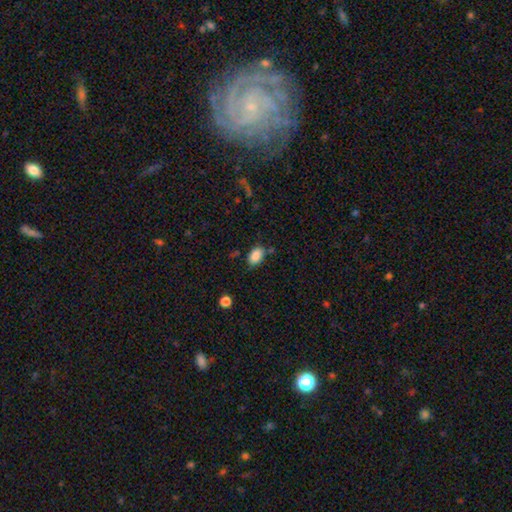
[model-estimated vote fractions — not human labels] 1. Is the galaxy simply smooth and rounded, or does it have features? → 87% smooth, 8% star or artifact, 5% featured or disk.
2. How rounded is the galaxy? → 89% in between, 10% round, 1% cigar-shaped.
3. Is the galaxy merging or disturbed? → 77% none, 15% minor disturbance, 4% merger, 3% major disturbance.